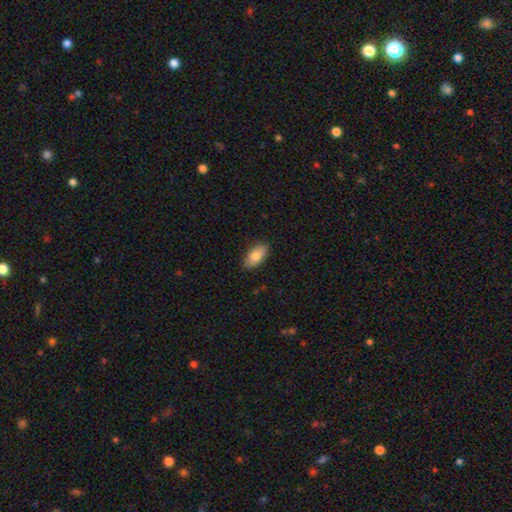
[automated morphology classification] smooth-or-featured: smooth: 82% | featured or disk: 12% | star or artifact: 6%
  how-rounded: in between: 91% | cigar-shaped: 6% | round: 3%
  merging: none: 86% | minor disturbance: 11% | major disturbance: 2% | merger: 1%